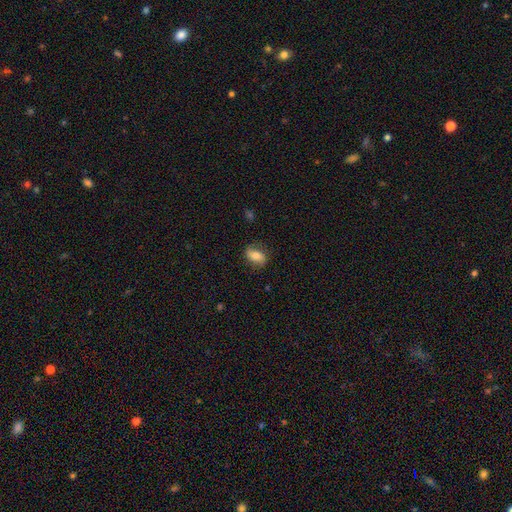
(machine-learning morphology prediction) smooth_or_featured: smooth (p=0.60) [alt: featured or disk p=0.32]
how_rounded: in between (p=0.84) [alt: round p=0.12]
merging: none (p=0.72) [alt: minor disturbance p=0.19]